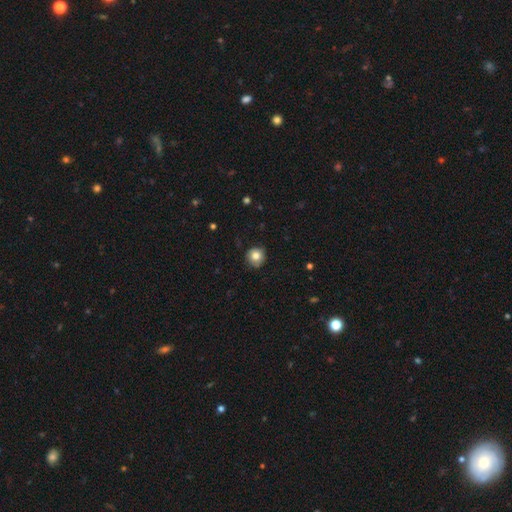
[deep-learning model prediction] Smooth or featured?
  - smooth: 81% *
  - featured or disk: 10%
  - star or artifact: 9%
How rounded?
  - round: 90% *
  - in between: 9%
  - cigar-shaped: 1%
Merging?
  - none: 83% *
  - minor disturbance: 13%
  - major disturbance: 3%
  - merger: 1%